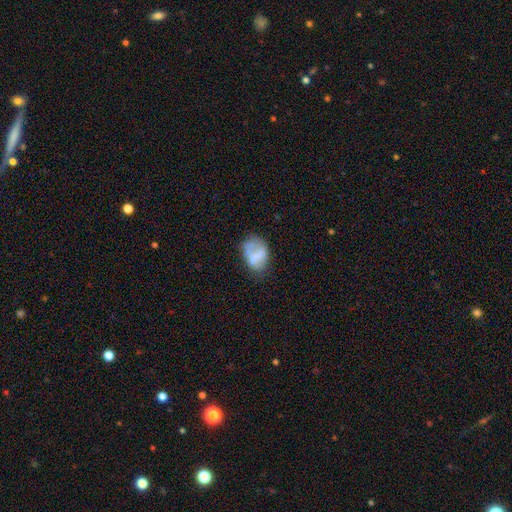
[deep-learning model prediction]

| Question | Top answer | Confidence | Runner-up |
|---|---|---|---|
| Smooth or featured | smooth | 65% | featured or disk (25%) |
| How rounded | in between | 74% | round (24%) |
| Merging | none | 41% | minor disturbance (31%) |